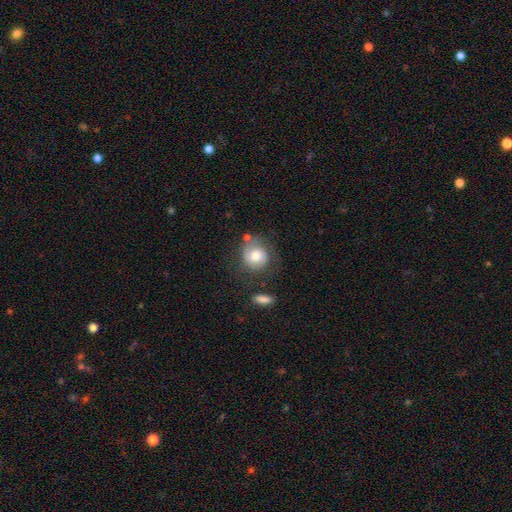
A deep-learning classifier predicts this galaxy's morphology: This appears to be a smooth galaxy with no disk features (64%) that is round (80%). Merging: none (59%).